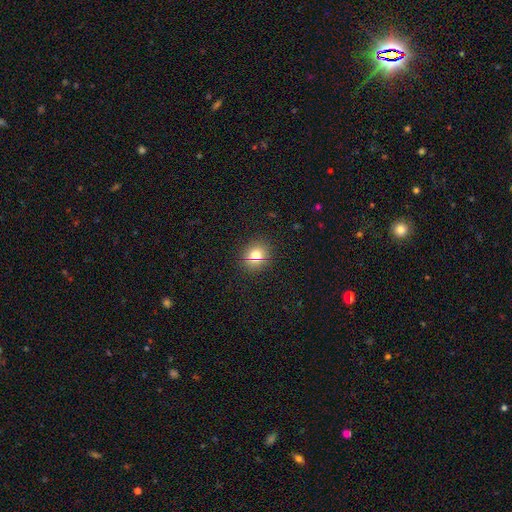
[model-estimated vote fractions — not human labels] Overall: smooth (72%). How rounded: round (83%). Merging: none (89%).